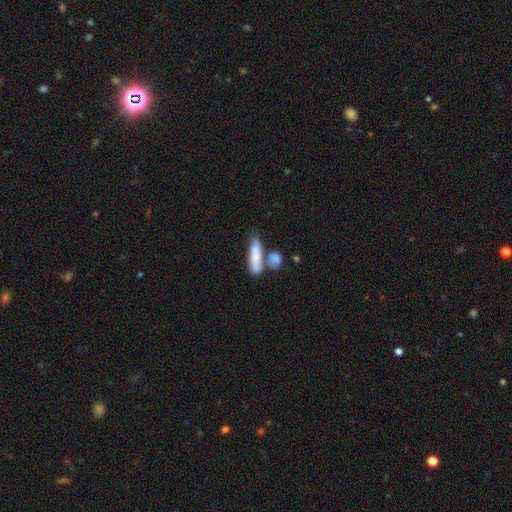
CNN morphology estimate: This is likely a smooth galaxy (72%). How rounded: possibly cigar-shaped (58%). Merging: marginally none (43%).